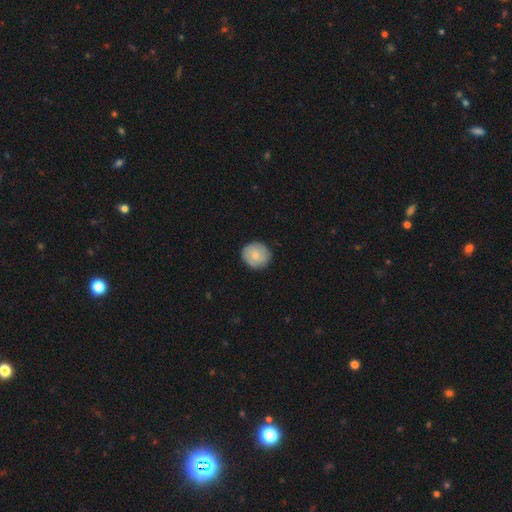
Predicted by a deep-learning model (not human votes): smooth-or-featured: smooth: 72% | featured or disk: 22% | star or artifact: 6%
  how-rounded: round: 90% | in between: 9% | cigar-shaped: 1%
  merging: none: 86% | minor disturbance: 11% | major disturbance: 2% | merger: 1%